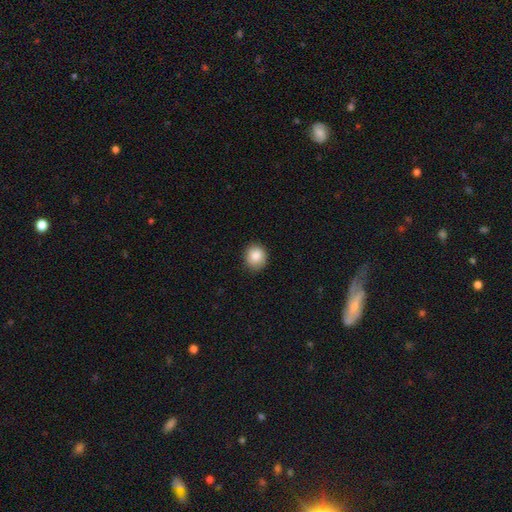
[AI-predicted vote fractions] Morphology: type=smooth (86%); roundness=round (73%); merging=none (84%).